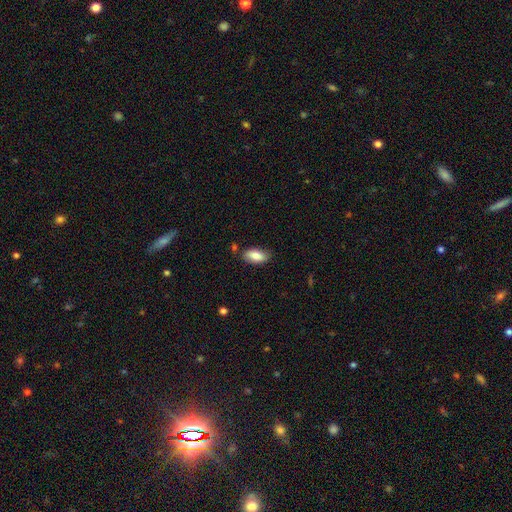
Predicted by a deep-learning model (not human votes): This appears to be a smooth galaxy with no disk features (81%) that is in between round and cigar-shaped (91%). Merging: none (80%).